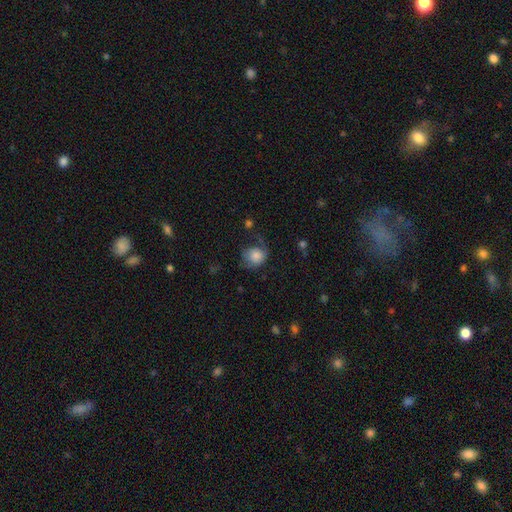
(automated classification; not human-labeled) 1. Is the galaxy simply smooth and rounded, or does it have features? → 74% smooth, 18% featured or disk, 8% star or artifact.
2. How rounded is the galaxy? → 72% round, 27% in between, 1% cigar-shaped.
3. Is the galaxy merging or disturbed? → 44% none, 30% minor disturbance, 23% major disturbance, 2% merger.